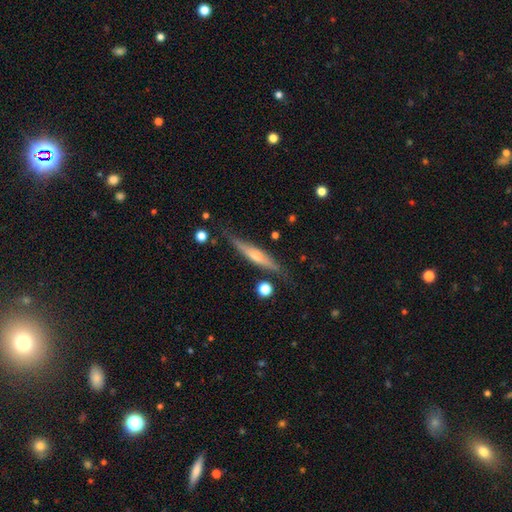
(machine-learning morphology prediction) A featured or disk galaxy (58%) viewed edge-on (94%) with a rounded central bulge (61%).

Vote fractions:
- Smooth or featured? featured or disk: 58% / smooth: 36% / star or artifact: 7%
- Edge-on disk? yes: 94% / no: 6%
- Edge-on bulge? rounded: 61% / none: 27% / boxy: 11%
- Merging? none: 79% / minor disturbance: 15% / major disturbance: 4% / merger: 3%